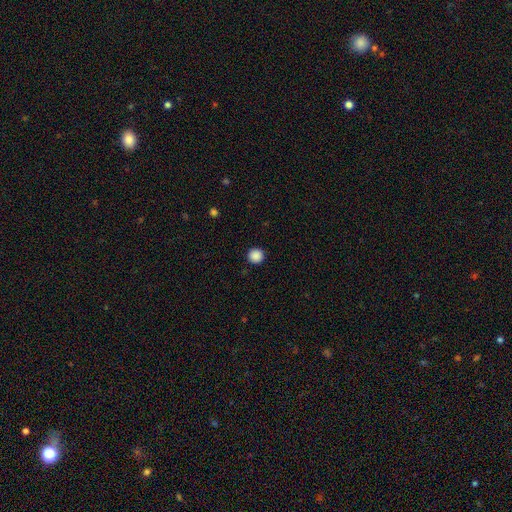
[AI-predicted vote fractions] Smooth or featured: smooth — 88% (star or artifact — 10%)
How rounded: round — 96% (in between — 3%)
Merging: none — 93% (minor disturbance — 5%)